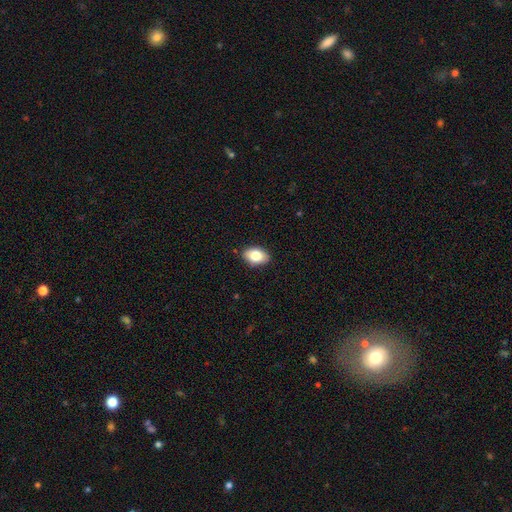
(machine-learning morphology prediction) Smooth or featured: smooth — 81% (featured or disk — 11%)
How rounded: in between — 87% (round — 12%)
Merging: none — 88% (minor disturbance — 9%)